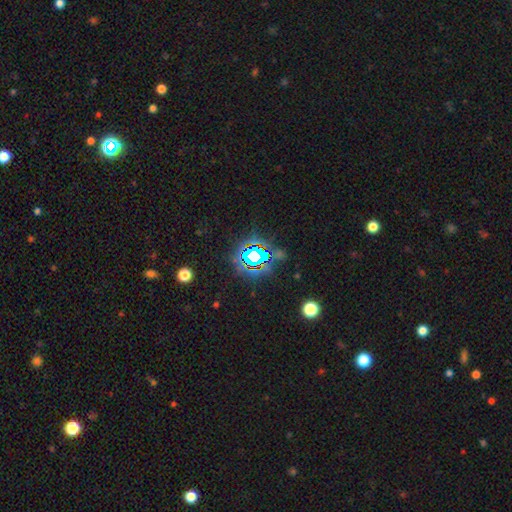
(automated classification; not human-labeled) The model was most divided on "smooth or featured": star or artifact: 74%, smooth: 15%, featured or disk: 12%.